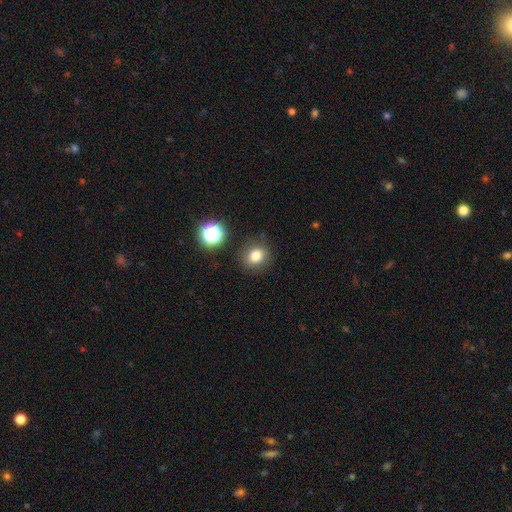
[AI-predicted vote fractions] Overall: smooth (79%). How rounded: round (79%). Merging: none (87%).